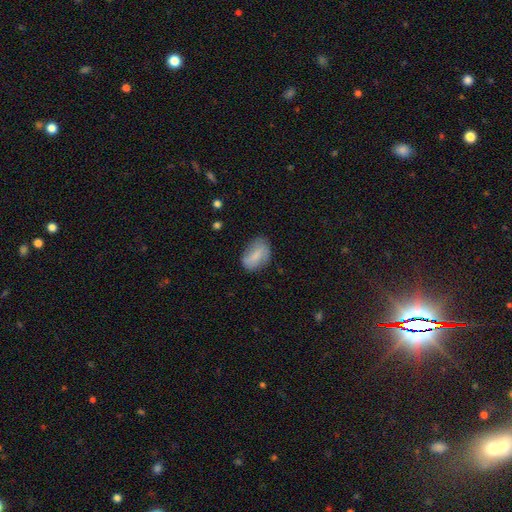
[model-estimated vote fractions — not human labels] Q: Smooth or featured?
A: smooth (74%); runner-up: featured or disk (19%)
Q: How rounded?
A: in between (87%); runner-up: round (11%)
Q: Merging?
A: none (68%); runner-up: minor disturbance (24%)